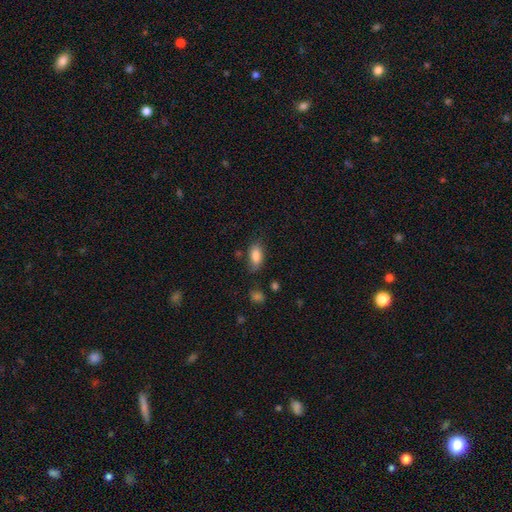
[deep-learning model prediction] Smooth or featured: smooth — 84% (star or artifact — 8%)
How rounded: in between — 90% (round — 5%)
Merging: none — 69% (minor disturbance — 22%)